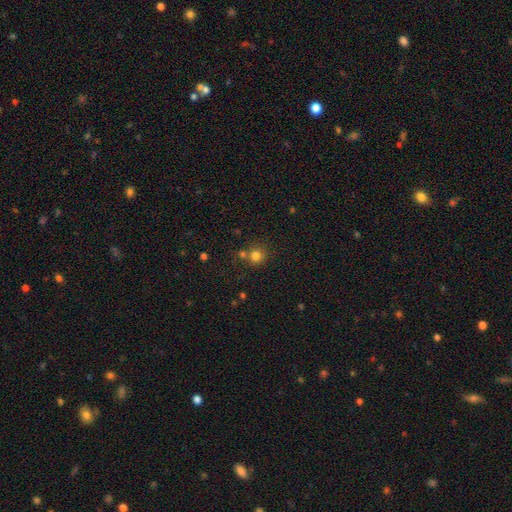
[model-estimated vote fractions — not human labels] Overall: smooth (78%). How rounded: round (89%). Merging: none (63%; merger 25%).